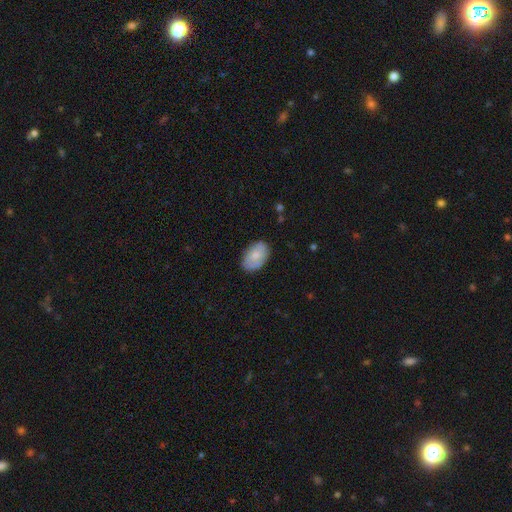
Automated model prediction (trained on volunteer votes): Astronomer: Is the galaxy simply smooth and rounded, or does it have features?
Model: smooth — 73%.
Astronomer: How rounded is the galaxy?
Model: in between — 89%.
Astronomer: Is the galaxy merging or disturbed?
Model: none — 80%.